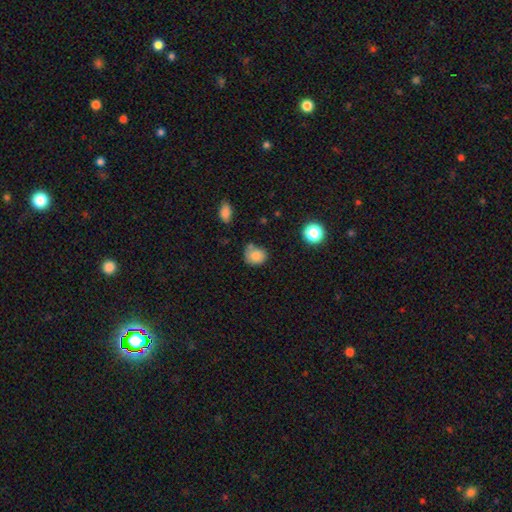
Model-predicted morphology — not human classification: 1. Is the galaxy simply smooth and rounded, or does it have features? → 81% smooth, 10% star or artifact, 8% featured or disk.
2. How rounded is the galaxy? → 69% round, 30% in between, 1% cigar-shaped.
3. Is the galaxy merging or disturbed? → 60% none, 25% minor disturbance, 8% merger, 6% major disturbance.